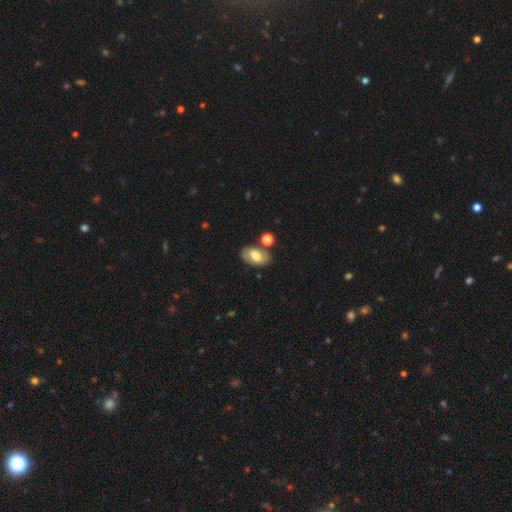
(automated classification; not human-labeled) This appears to be a smooth galaxy with no disk features (71%) that is in between round and cigar-shaped (91%). Merging: none (69%).